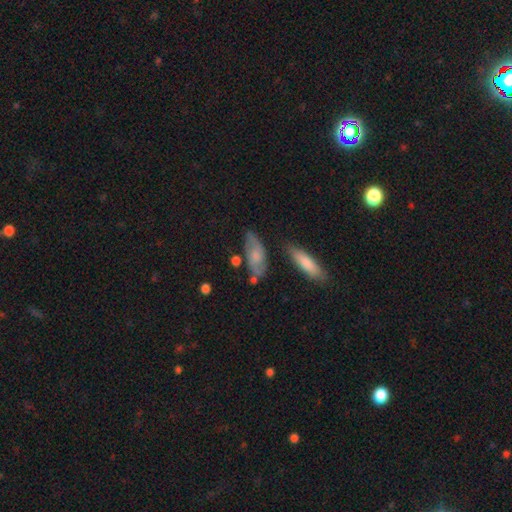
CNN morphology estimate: Q: Smooth or featured?
A: smooth (47%); runner-up: featured or disk (46%)
Q: Merging?
A: none (67%); runner-up: minor disturbance (21%)